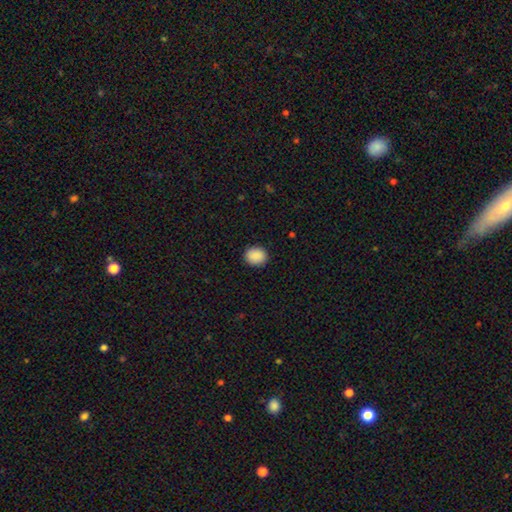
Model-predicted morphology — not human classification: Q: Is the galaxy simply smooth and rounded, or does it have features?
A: smooth — 90%.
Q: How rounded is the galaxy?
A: round — 64%.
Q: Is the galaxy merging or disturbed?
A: none — 90%.